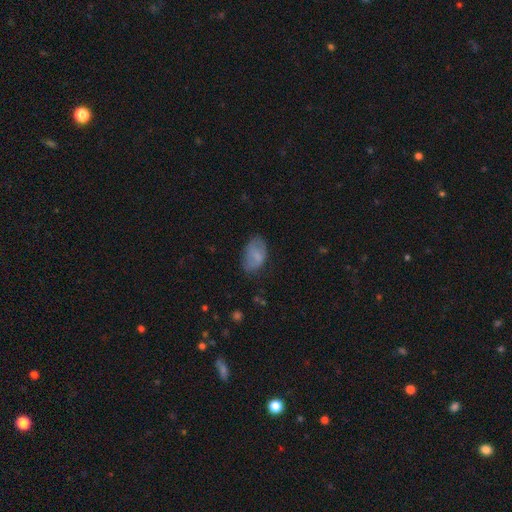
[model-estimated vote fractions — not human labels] Q: Smooth or featured?
A: smooth (74%); runner-up: featured or disk (18%)
Q: How rounded?
A: in between (91%); runner-up: round (7%)
Q: Merging?
A: none (64%); runner-up: minor disturbance (26%)